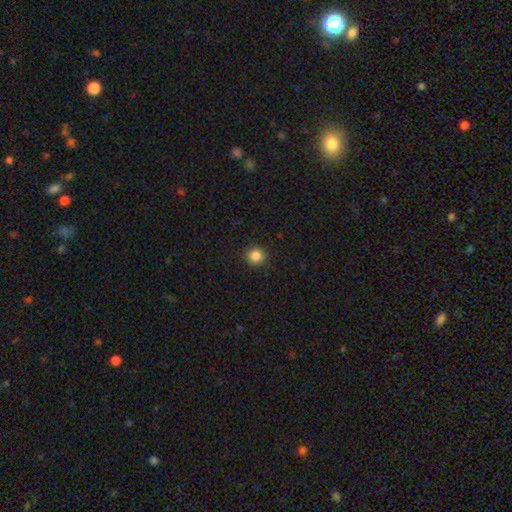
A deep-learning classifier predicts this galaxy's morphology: The model was most divided on "smooth or featured": smooth: 86%, star or artifact: 11%, featured or disk: 4%. More confident: merging — none (92%); how rounded — round (92%).